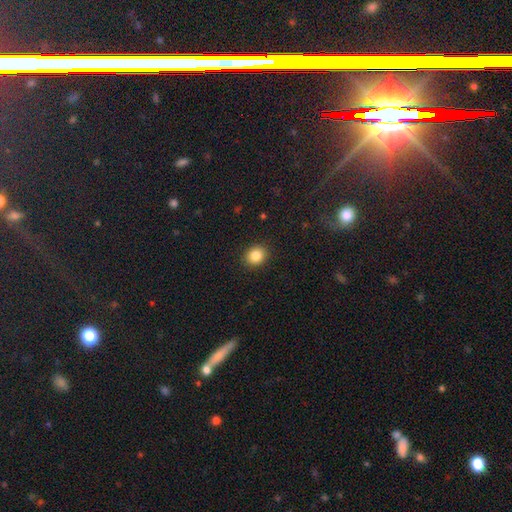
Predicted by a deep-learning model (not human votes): Smooth or featured? Predicted: smooth (p=0.85). How rounded? Predicted: round (p=0.64). Merging? Predicted: none (p=0.90).